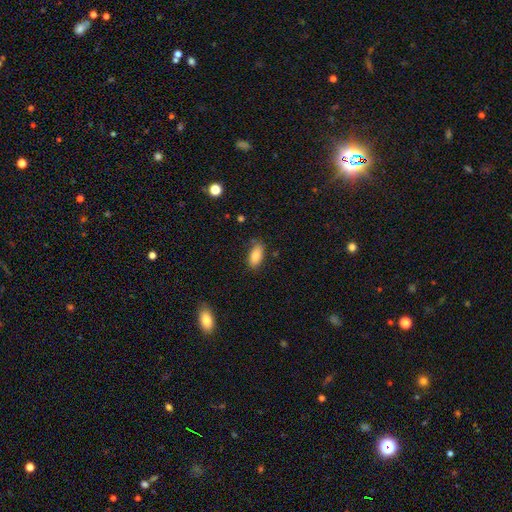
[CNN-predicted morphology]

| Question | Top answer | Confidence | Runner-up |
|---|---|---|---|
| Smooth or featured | smooth | 84% | featured or disk (9%) |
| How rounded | in between | 90% | cigar-shaped (7%) |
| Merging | none | 77% | minor disturbance (17%) |